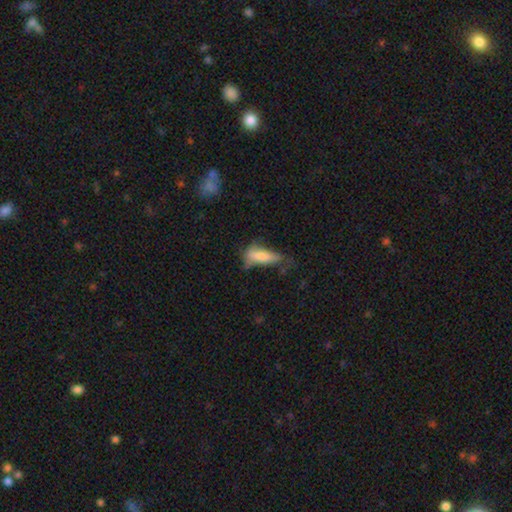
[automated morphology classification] Smooth or featured? Predicted: smooth (p=0.68). How rounded? Predicted: in between (p=0.52). Merging? Predicted: none (p=0.34, tied with minor disturbance).